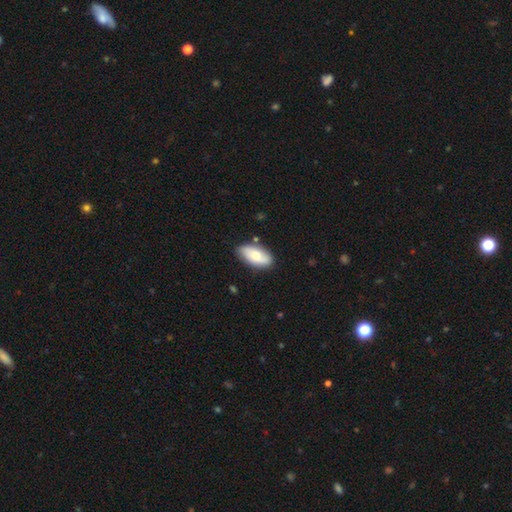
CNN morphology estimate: Smooth or featured? Predicted: smooth (p=0.69). How rounded? Predicted: in between (p=0.92). Merging? Predicted: none (p=0.82).